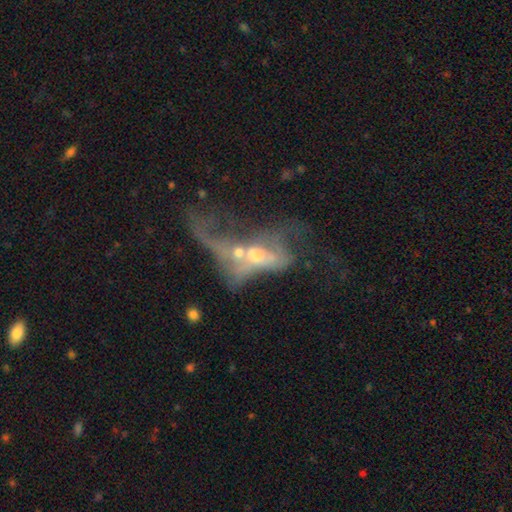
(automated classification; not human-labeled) A featured or disk galaxy (59%) with no bar (76%), no spiral arms (69%) and a moderate central bulge (55%).

Vote fractions:
- Smooth or featured? featured or disk: 59% / smooth: 29% / star or artifact: 12%
- Edge-on disk? no: 90% / yes: 10%
- Bar? no: 76% / weak: 18% / strong: 5%
- Spiral arms? no: 69% / yes: 31%
- Bulge size? moderate: 55% / small: 25% / large: 10% / none: 8% / dominant: 2%
- Merging? merger: 64% / major disturbance: 24% / none: 7% / minor disturbance: 5%